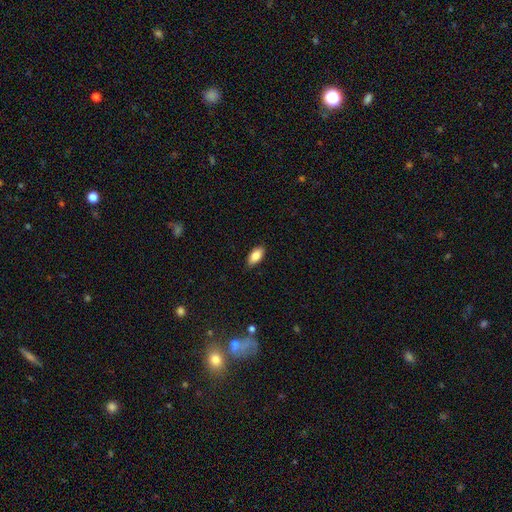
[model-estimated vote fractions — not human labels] Morphology: type=smooth (84%); roundness=in between (92%); merging=none (86%).